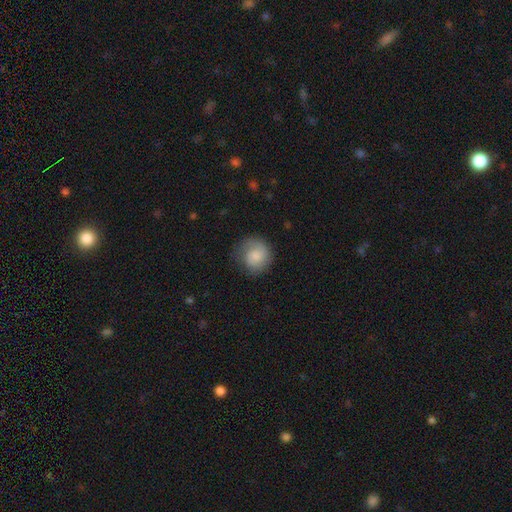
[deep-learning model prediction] A smooth galaxy with no disk features (66%) that is round (85%).

Vote fractions:
- Smooth or featured? smooth: 66% / featured or disk: 27% / star or artifact: 7%
- How rounded? round: 85% / in between: 14% / cigar-shaped: 1%
- Merging? none: 66% / minor disturbance: 21% / major disturbance: 12% / merger: 1%